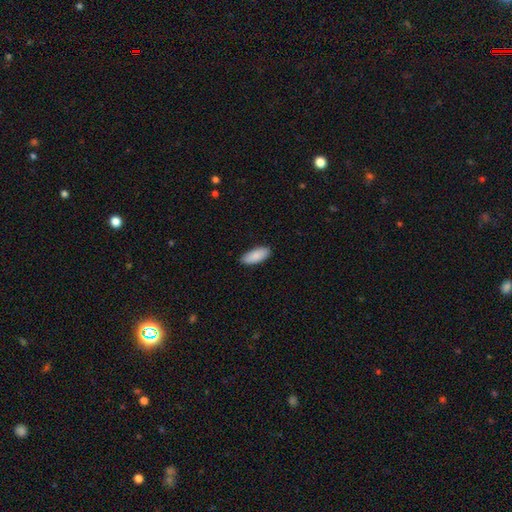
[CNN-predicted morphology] The model was most divided on "how rounded": in between: 84%, cigar-shaped: 14%, round: 2%. More confident: smooth or featured — smooth (89%); merging — none (88%).